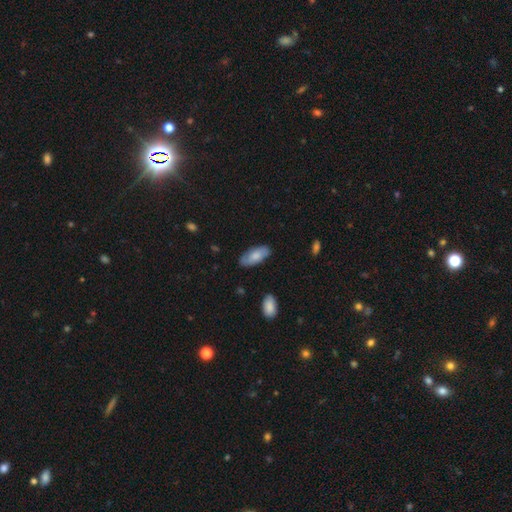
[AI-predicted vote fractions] Overall: smooth (65%; featured or disk 29%). How rounded: in between (89%). Merging: none (81%).